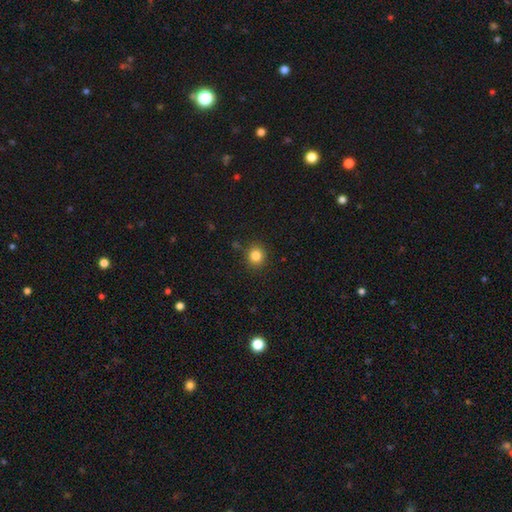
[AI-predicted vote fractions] Morphology: type=smooth (83%); roundness=round (89%); merging=none (89%).